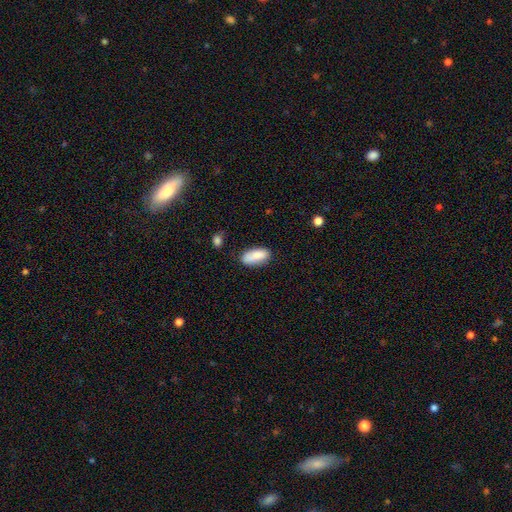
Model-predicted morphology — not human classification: Overall: smooth (86%). How rounded: in between (86%). Merging: none (71%).